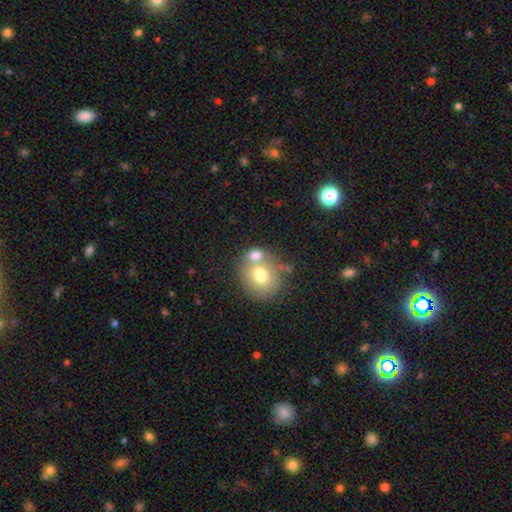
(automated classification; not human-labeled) This is likely a smooth galaxy (72%). How rounded: likely round (66%). Merging: possibly merger (46%).